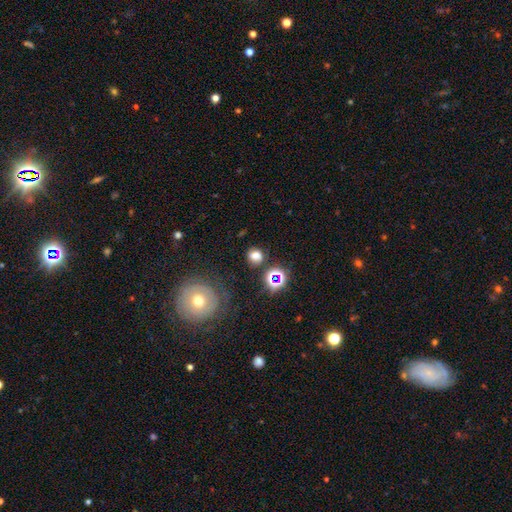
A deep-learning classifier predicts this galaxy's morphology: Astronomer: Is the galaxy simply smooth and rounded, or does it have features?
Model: smooth — 71%.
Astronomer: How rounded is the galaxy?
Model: round — 76%.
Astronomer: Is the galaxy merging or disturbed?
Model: none — 81%.